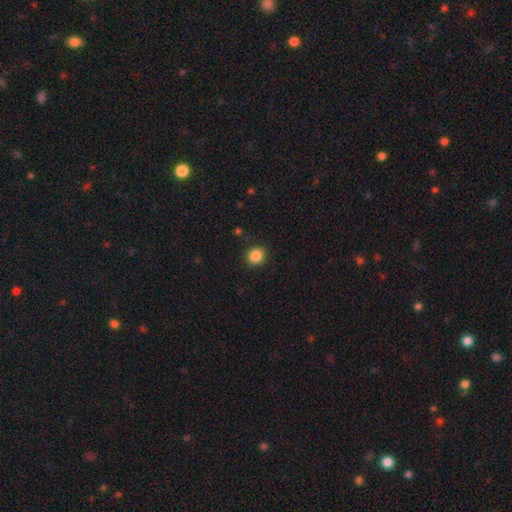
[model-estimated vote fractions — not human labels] Morphology: type=smooth (86%); roundness=round (87%); merging=none (91%).